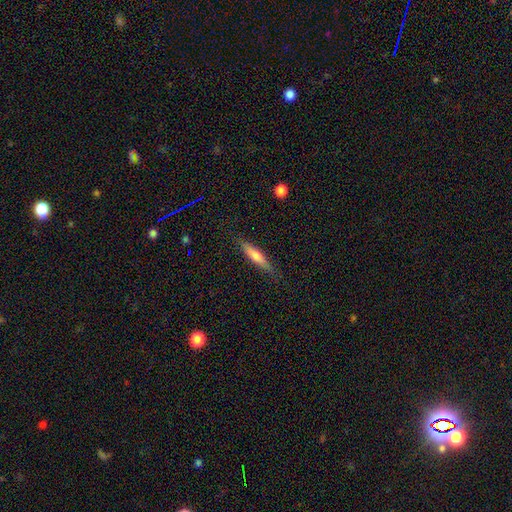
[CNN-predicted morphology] smooth_or_featured: smooth (p=0.59) [alt: featured or disk p=0.34]
how_rounded: cigar-shaped (p=0.85) [alt: in between p=0.13]
merging: none (p=0.84) [alt: minor disturbance p=0.12]